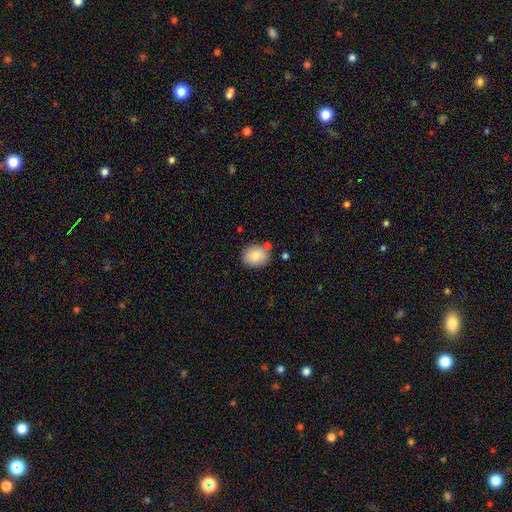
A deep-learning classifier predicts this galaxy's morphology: smooth 83%, featured or disk 9%, star or artifact 8%. Down the decision tree: how rounded — round (56%); merging — none (76%).